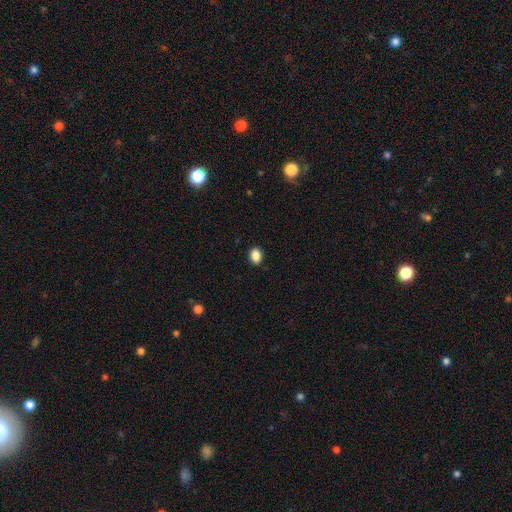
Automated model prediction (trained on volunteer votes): smooth 89%, star or artifact 8%, featured or disk 3%. Down the decision tree: how rounded — in between (78%); merging — none (89%).